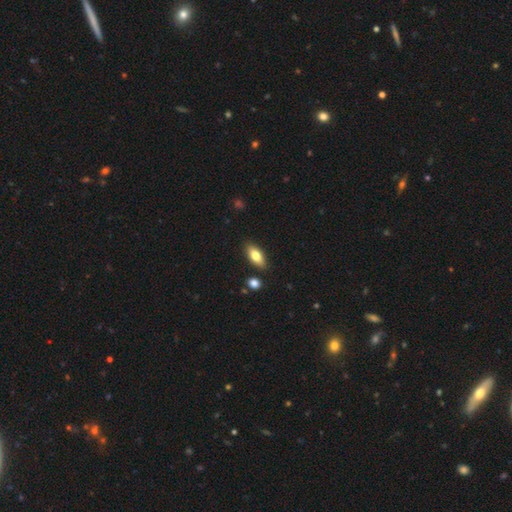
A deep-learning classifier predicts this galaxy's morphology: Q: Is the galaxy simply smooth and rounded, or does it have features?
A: smooth — 77%.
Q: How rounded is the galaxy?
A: in between — 83%.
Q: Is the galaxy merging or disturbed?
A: none — 85%.